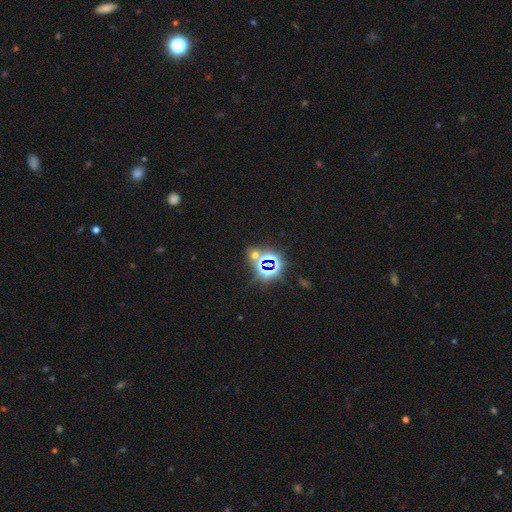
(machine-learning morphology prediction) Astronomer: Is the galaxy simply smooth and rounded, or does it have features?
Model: star or artifact — 67%.